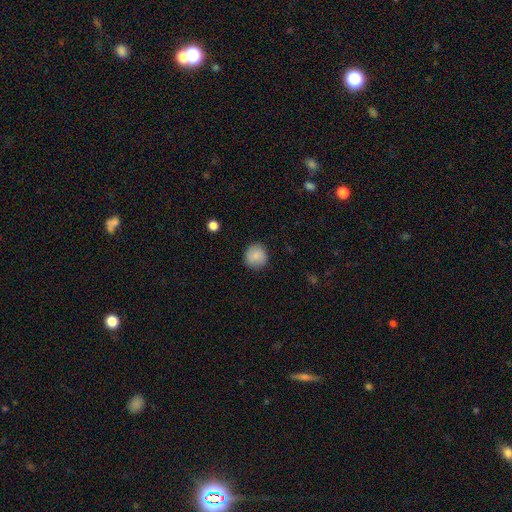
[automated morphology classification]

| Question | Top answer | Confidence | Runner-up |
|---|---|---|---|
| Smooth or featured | smooth | 85% | star or artifact (8%) |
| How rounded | round | 92% | in between (7%) |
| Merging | none | 89% | minor disturbance (8%) |